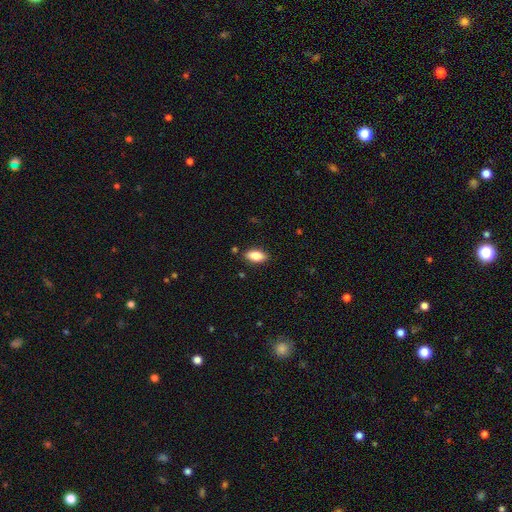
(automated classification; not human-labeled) Smooth or featured? smooth (84%)
How rounded? in between (90%)
Merging? none (86%)